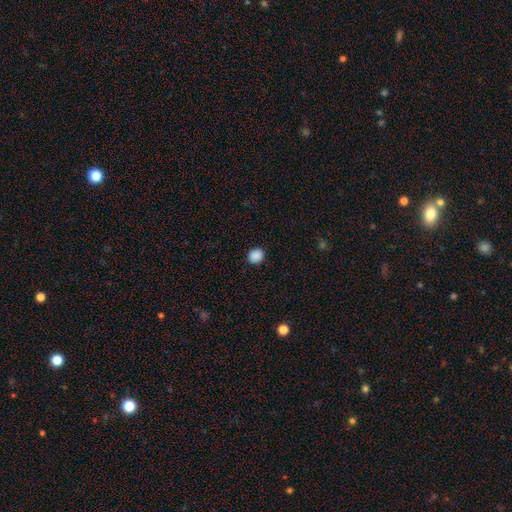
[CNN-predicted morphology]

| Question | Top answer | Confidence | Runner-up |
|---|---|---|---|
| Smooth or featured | smooth | 88% | star or artifact (9%) |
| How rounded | round | 80% | in between (19%) |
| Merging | none | 91% | minor disturbance (6%) |